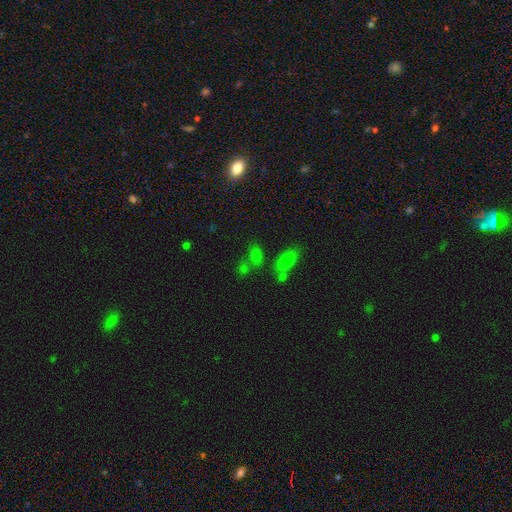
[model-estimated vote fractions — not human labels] Overall: smooth (66%). How rounded: in between (78%). Merging: none (46%; merger 34%).